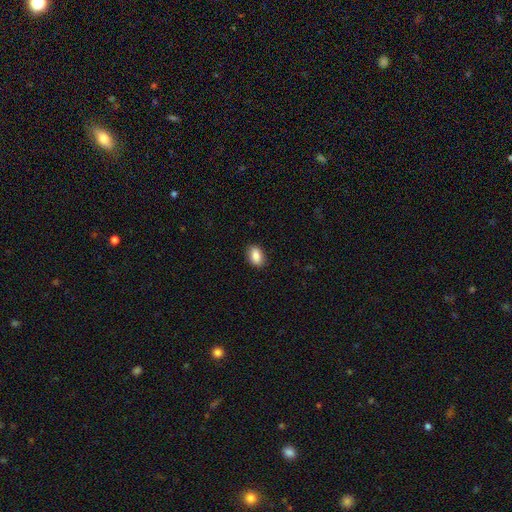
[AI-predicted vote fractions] The model was most divided on "how rounded": in between: 85%, round: 13%, cigar-shaped: 2%. More confident: merging — none (88%); smooth or featured — smooth (86%).